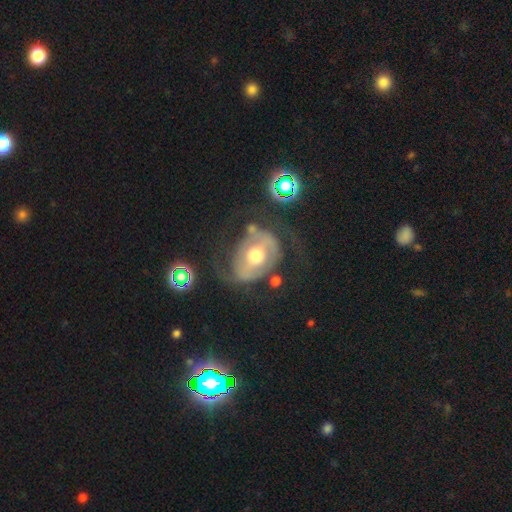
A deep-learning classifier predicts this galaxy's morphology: Smooth or featured?
  - featured or disk: 68% *
  - smooth: 23%
  - star or artifact: 8%
Edge-on disk?
  - no: 96% *
  - yes: 4%
Bar?
  - no: 55% *
  - weak: 29%
  - strong: 16%
Spiral arms?
  - yes: 59% *
  - no: 41%
Bulge size?
  - moderate: 71% *
  - large: 15%
  - small: 11%
  - dominant: 2%
  - none: 1%
Merging?
  - none: 47% *
  - major disturbance: 27%
  - minor disturbance: 20%
  - merger: 6%